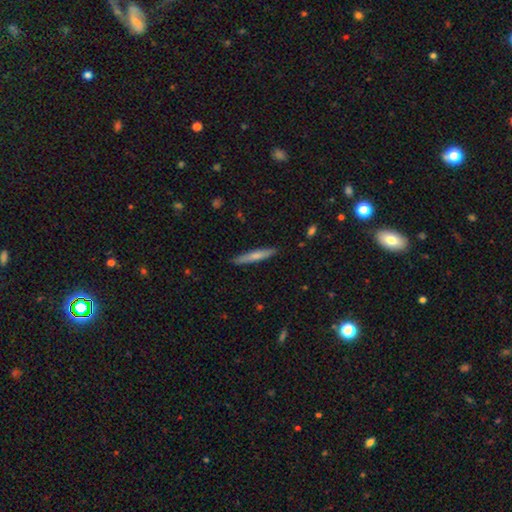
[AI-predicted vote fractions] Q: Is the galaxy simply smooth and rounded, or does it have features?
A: smooth — 67%.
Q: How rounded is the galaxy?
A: cigar-shaped — 94%.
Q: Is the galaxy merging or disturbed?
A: none — 89%.